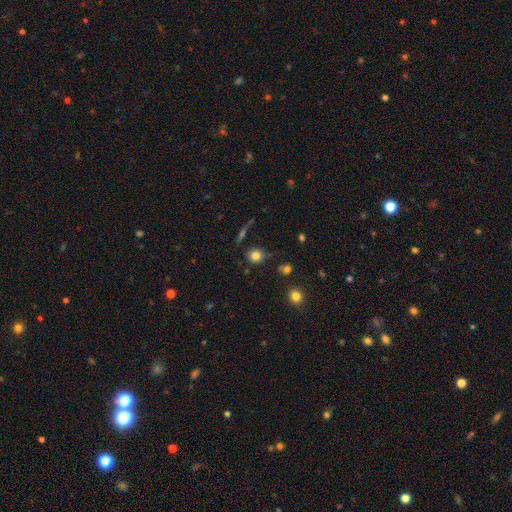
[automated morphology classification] This is clearly a smooth galaxy (81%). How rounded: clearly round (86%). Merging: clearly none (81%).